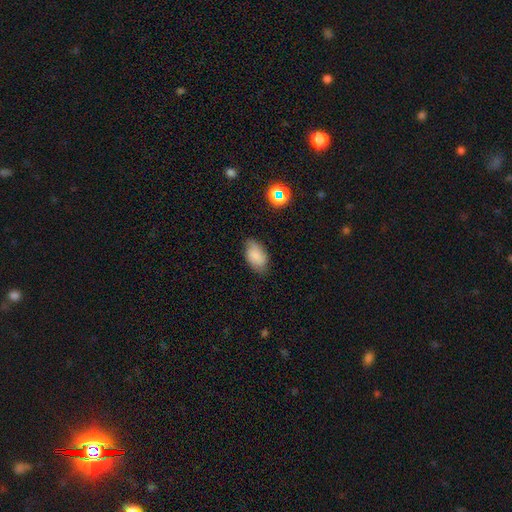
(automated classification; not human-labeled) smooth_or_featured: smooth (p=0.77) [alt: featured or disk p=0.13]
how_rounded: in between (p=0.92) [alt: round p=0.06]
merging: none (p=0.71) [alt: minor disturbance p=0.22]